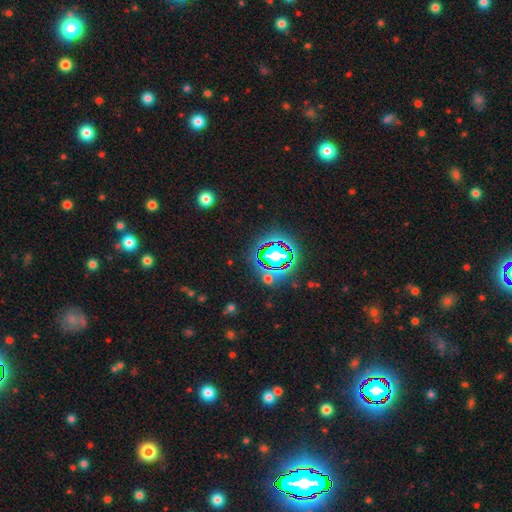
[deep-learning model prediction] Smooth or featured? Predicted: star or artifact (p=0.81).